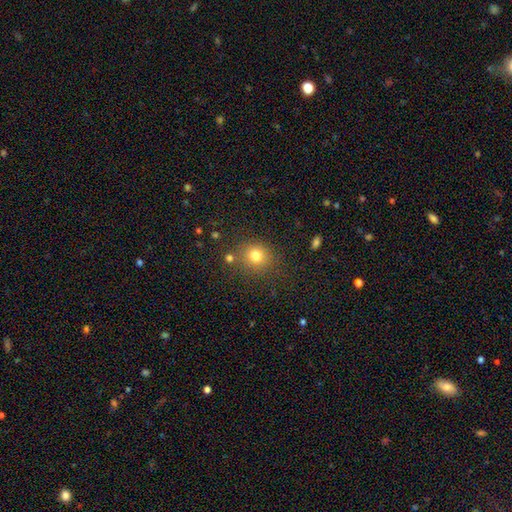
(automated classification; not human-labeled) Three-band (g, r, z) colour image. It shows a smooth galaxy with no disk features (78%) that is round (85%). Merging: none (79%).